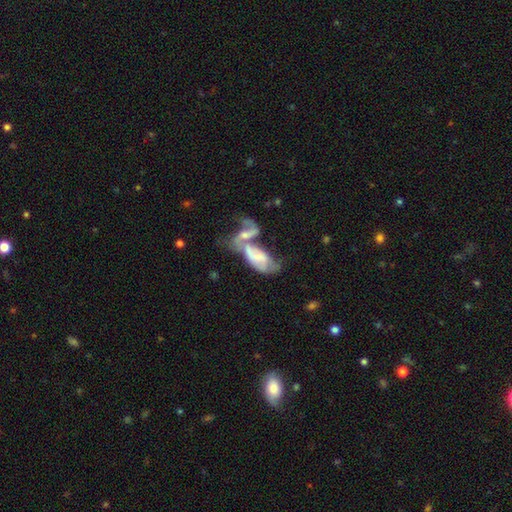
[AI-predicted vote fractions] This is possibly a featured or disk galaxy (56%). It is clearly not viewed edge-on (93%). Bar: possibly no (58%). Spiral arm pattern: likely yes (67%). Central bulge: marginally small (36%). Merging: likely merger (68%).